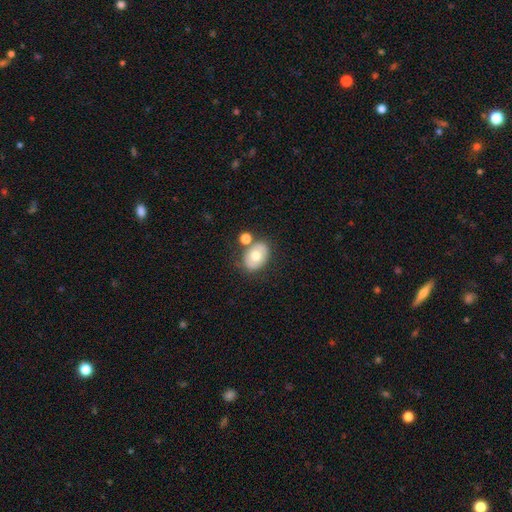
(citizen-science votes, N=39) Smooth or featured?
  - smooth: 74% *
  - featured or disk: 23%
  - star or artifact: 3%
How rounded?
  - in between: 83% *
  - round: 17%
  - cigar-shaped: 0%
Merging?
  - none: 61% *
  - minor disturbance: 16%
  - merger: 16%
  - major disturbance: 8%